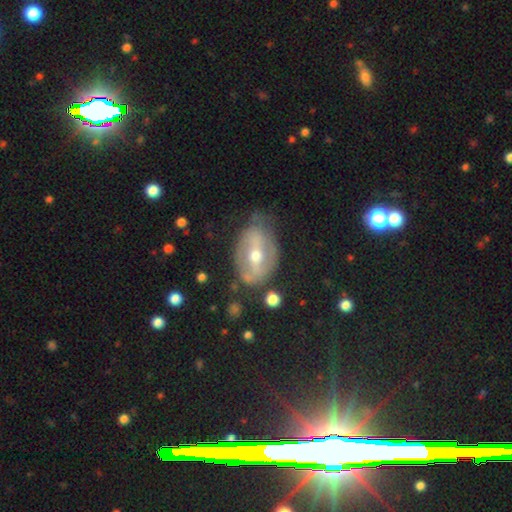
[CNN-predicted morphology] Smooth or featured?
  - featured or disk: 72% *
  - smooth: 22%
  - star or artifact: 6%
Edge-on disk?
  - no: 90% *
  - yes: 10%
Bar?
  - strong: 56% *
  - weak: 28%
  - no: 17%
Spiral arms?
  - no: 52% *
  - yes: 48%
Bulge size?
  - moderate: 65% *
  - small: 31%
  - large: 3%
  - none: 1%
  - dominant: 1%
Merging?
  - none: 61% *
  - minor disturbance: 25%
  - major disturbance: 11%
  - merger: 3%